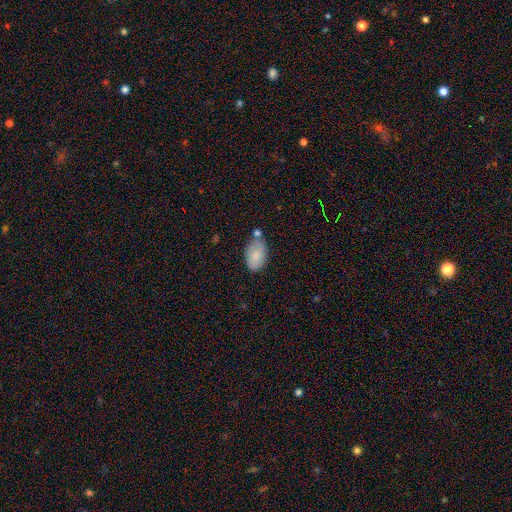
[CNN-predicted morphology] Smooth or featured? Predicted: smooth (p=0.80). How rounded? Predicted: in between (p=0.93). Merging? Predicted: none (p=0.57).